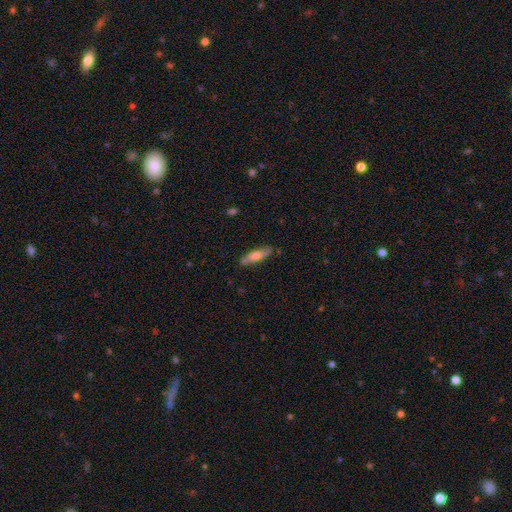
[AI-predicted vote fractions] This appears to be a smooth galaxy with no disk features (59%) that is cigar-shaped (72%). Merging: none (85%).